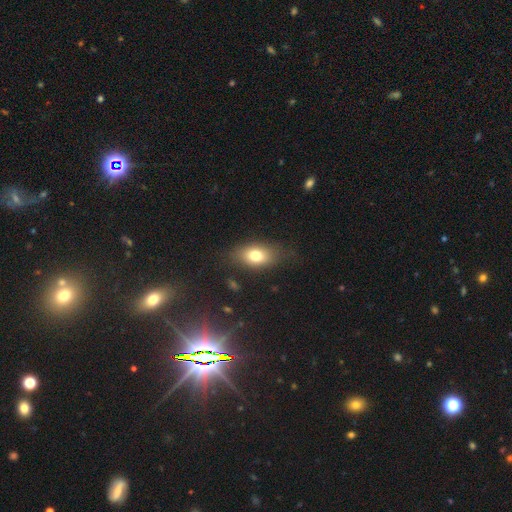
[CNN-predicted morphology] Overall: smooth (75%). How rounded: in between (81%). Merging: none (75%).